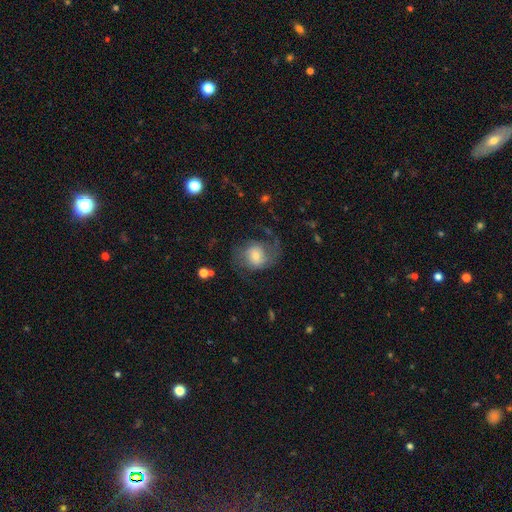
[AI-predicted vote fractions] This is likely a featured or disk galaxy (62%). It is clearly not viewed edge-on (97%). Bar: possibly no (57%). Spiral arm pattern: clearly yes (87%). Spiral arm count: possibly 2 (59%). Spiral winding: marginally medium (45%). Central bulge: marginally small (41%). Merging: possibly none (49%).